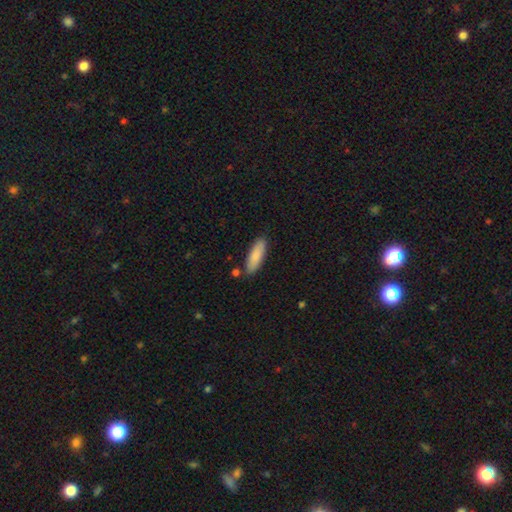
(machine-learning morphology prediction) type=smooth (84%); roundness=in between (53%); merging=none (83%).